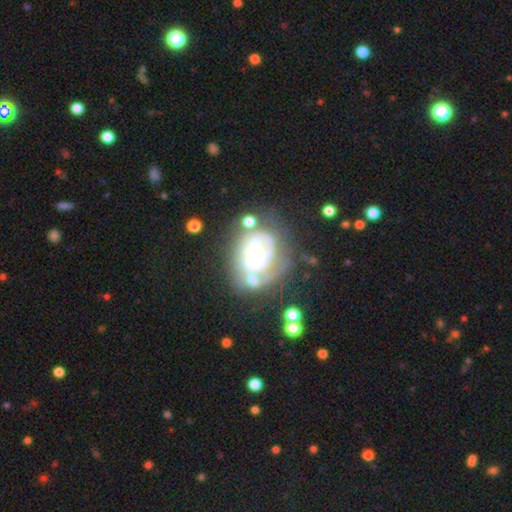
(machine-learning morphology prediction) smooth_or_featured: featured or disk (p=0.73) [alt: smooth p=0.18]
disk_edge_on: no (p=0.97) [alt: yes p=0.03]
bar: no (p=0.75) [alt: weak p=0.19]
has_spiral_arms: yes (p=0.67) [alt: no p=0.33]
bulge_size: small (p=0.52) [alt: moderate p=0.35]
merging: none (p=0.41) [alt: minor disturbance p=0.22]